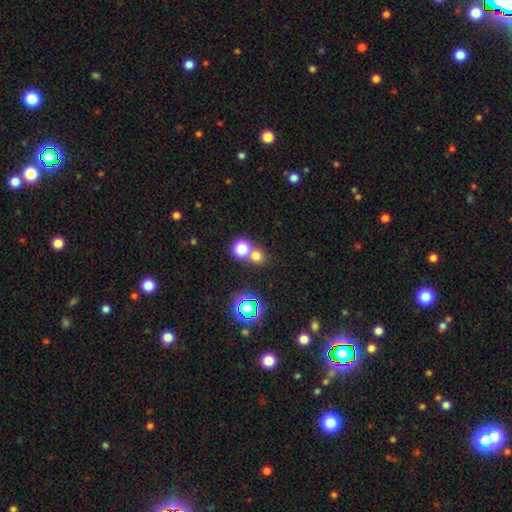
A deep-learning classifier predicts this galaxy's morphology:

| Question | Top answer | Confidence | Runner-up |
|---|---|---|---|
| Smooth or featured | smooth | 70% | star or artifact (23%) |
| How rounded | round | 85% | in between (14%) |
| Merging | none | 54% | merger (38%) |